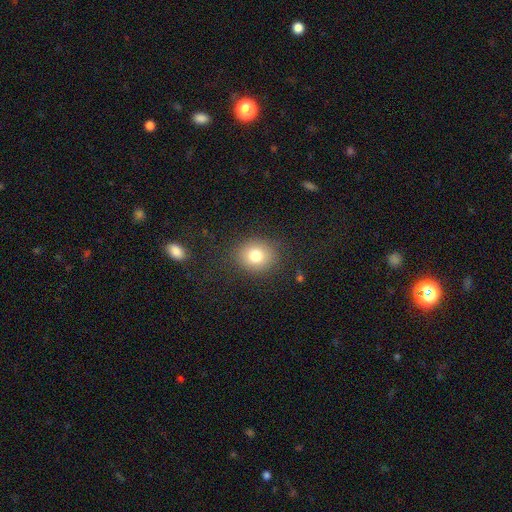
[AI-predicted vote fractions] This appears to be a smooth galaxy with no disk features (79%) that is round (73%). Merging: none (85%).